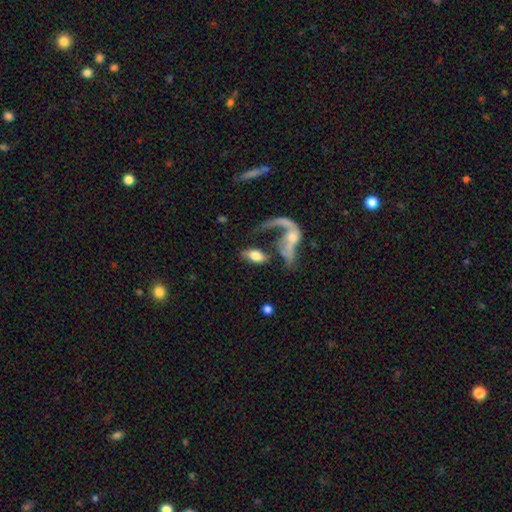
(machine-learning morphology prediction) Smooth or featured? Predicted: smooth (p=0.63). How rounded? Predicted: in between (p=0.90). Merging? Predicted: merger (p=0.36).